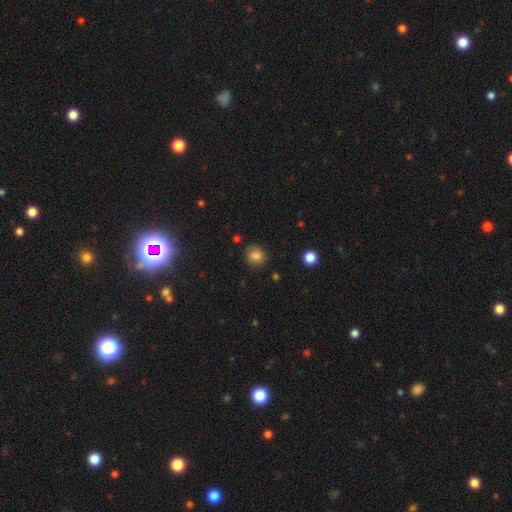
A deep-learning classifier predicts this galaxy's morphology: This appears to be a smooth galaxy with no disk features (78%) that is round (76%). Merging: none (80%).